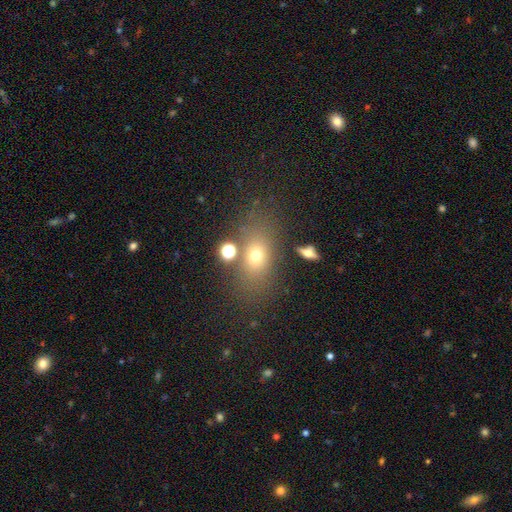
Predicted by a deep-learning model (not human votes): Smooth or featured?
  - smooth: 65% *
  - star or artifact: 18%
  - featured or disk: 17%
How rounded?
  - in between: 69% *
  - round: 28%
  - cigar-shaped: 3%
Merging?
  - none: 71% *
  - minor disturbance: 13%
  - merger: 9%
  - major disturbance: 7%